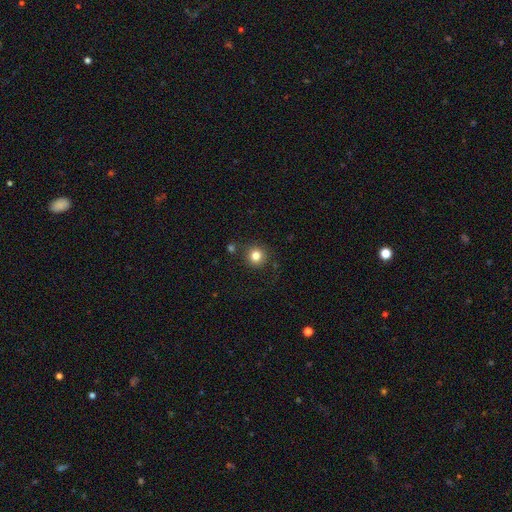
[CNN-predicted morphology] Smooth or featured? Predicted: smooth (p=0.82). How rounded? Predicted: round (p=0.94). Merging? Predicted: none (p=0.86).